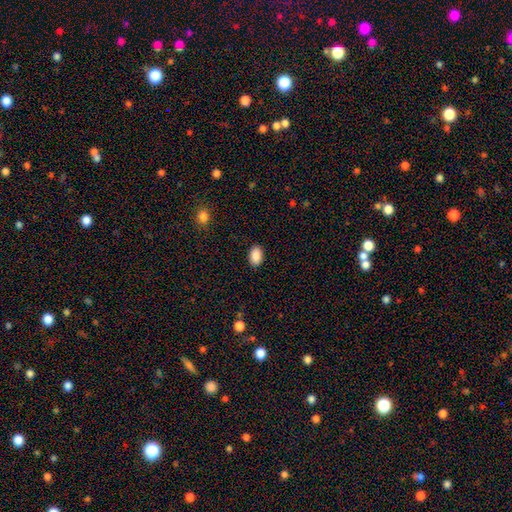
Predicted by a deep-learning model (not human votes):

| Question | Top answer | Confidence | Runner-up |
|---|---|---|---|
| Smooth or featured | smooth | 90% | star or artifact (7%) |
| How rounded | in between | 90% | round (9%) |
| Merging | none | 89% | minor disturbance (8%) |